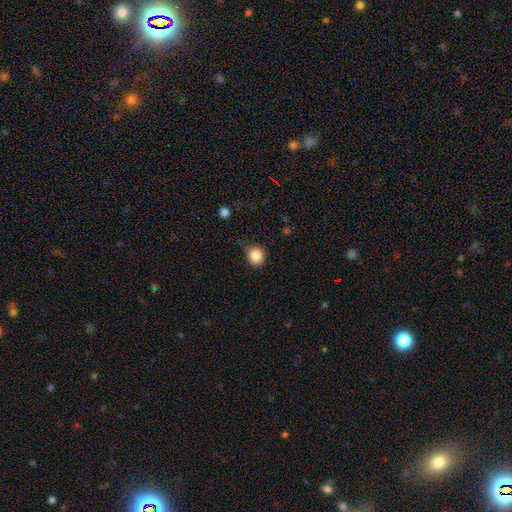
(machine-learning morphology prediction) The model was most divided on "merging": none: 79%, minor disturbance: 16%, major disturbance: 3%, merger: 2%. More confident: how rounded — round (88%); smooth or featured — smooth (86%).